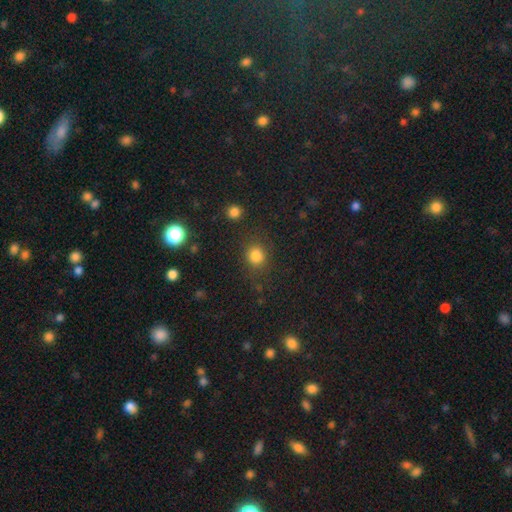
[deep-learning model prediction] Morphology: type=smooth (81%); roundness=round (83%); merging=none (79%).